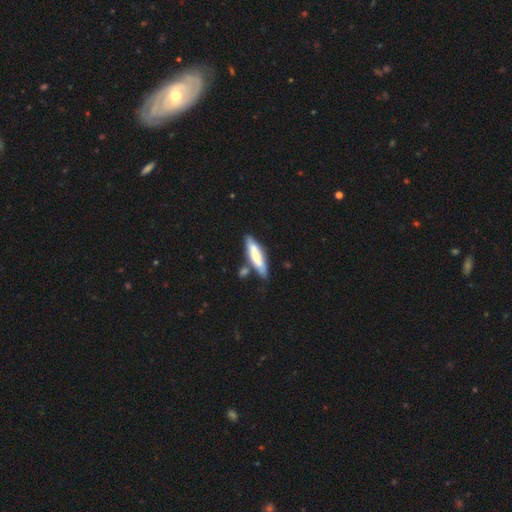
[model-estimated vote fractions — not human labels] Smooth or featured? smooth (60%)
How rounded? cigar-shaped (71%)
Merging? none (68%)